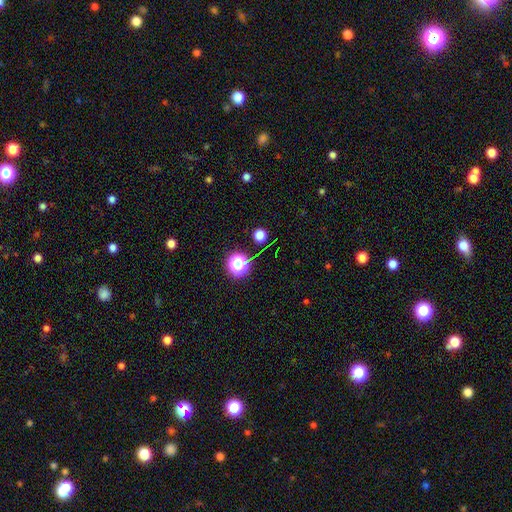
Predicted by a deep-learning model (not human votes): Smooth or featured?
  - star or artifact: 62% *
  - smooth: 30%
  - featured or disk: 8%